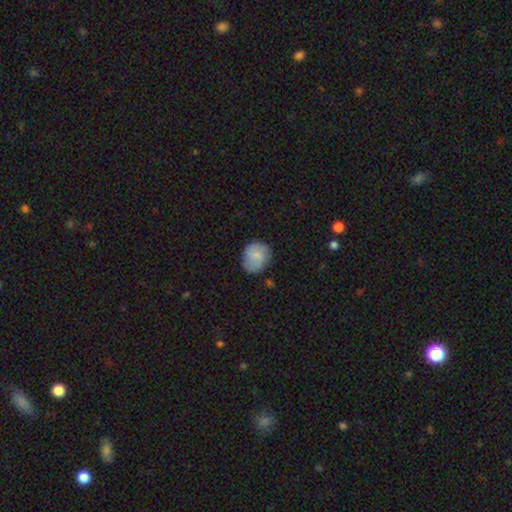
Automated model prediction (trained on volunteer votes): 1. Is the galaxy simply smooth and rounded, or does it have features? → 76% smooth, 17% featured or disk, 7% star or artifact.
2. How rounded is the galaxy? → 75% round, 24% in between, 1% cigar-shaped.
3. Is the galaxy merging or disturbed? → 78% none, 17% minor disturbance, 4% major disturbance, 2% merger.